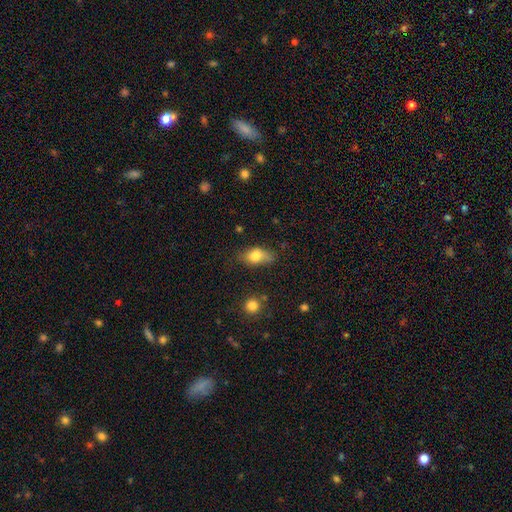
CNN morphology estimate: smooth-or-featured: smooth: 76% | featured or disk: 15% | star or artifact: 9%
  how-rounded: in between: 83% | round: 12% | cigar-shaped: 6%
  merging: none: 56% | minor disturbance: 31% | major disturbance: 9% | merger: 4%